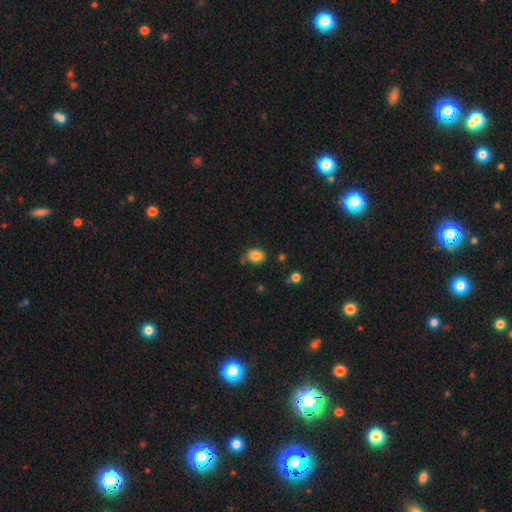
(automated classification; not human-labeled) A smooth galaxy with no disk features (84%) that is in between round and cigar-shaped (67%).

Vote fractions:
- Smooth or featured? smooth: 84% / star or artifact: 9% / featured or disk: 6%
- How rounded? in between: 67% / round: 32% / cigar-shaped: 1%
- Merging? none: 64% / minor disturbance: 25% / major disturbance: 7% / merger: 4%